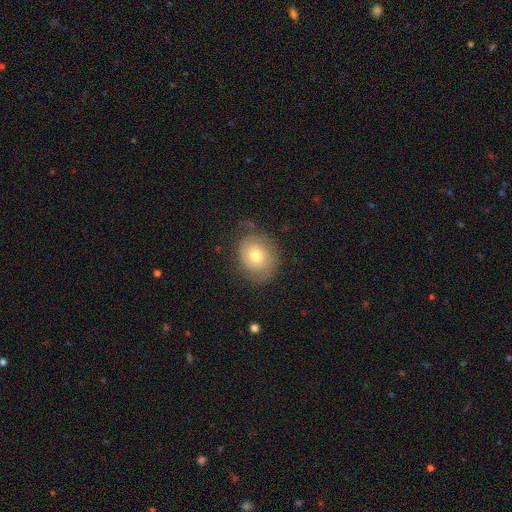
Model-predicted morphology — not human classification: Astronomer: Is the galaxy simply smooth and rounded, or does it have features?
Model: featured or disk — 46% (runner-up: smooth, 45%).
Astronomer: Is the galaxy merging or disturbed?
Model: none — 70%.